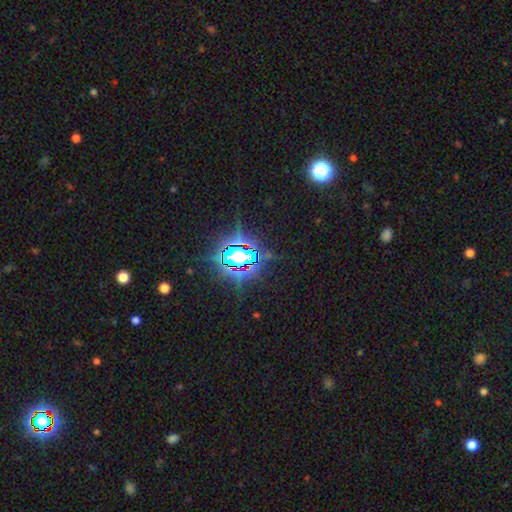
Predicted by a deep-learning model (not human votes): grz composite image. It shows a star or artifact, not a galaxy (85%).